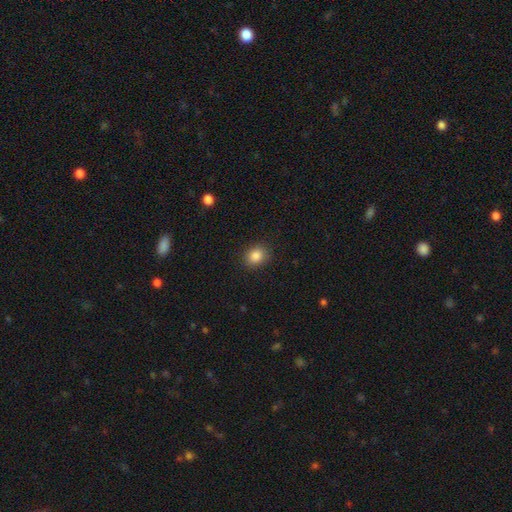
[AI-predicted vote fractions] This appears to be a smooth galaxy with no disk features (85%) that is round (59%). Merging: none (88%).